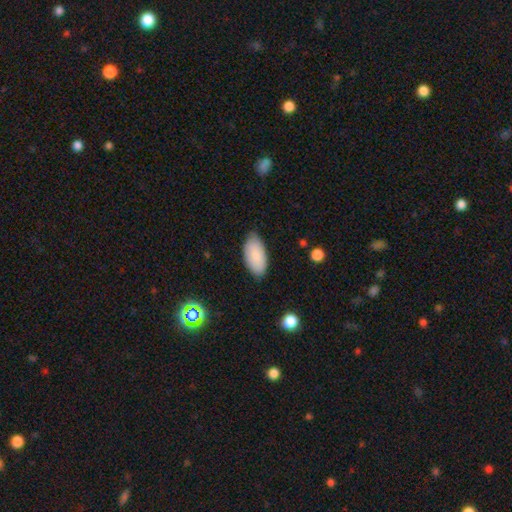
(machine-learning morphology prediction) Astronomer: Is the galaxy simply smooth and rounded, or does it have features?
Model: smooth — 85%.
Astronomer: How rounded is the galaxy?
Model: in between — 95%.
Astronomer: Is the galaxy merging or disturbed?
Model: none — 76%.